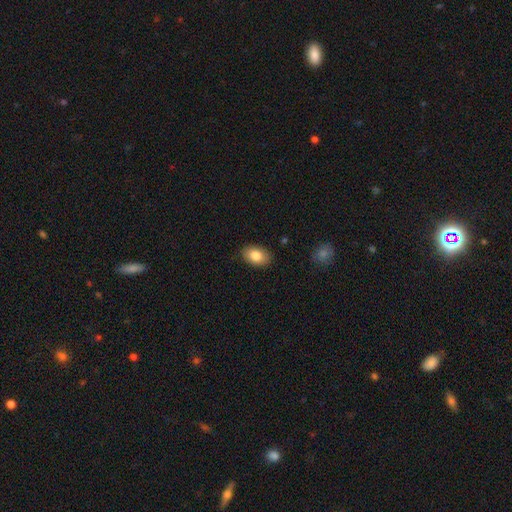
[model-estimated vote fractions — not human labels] Morphology: type=smooth (83%); roundness=in between (87%); merging=none (87%).